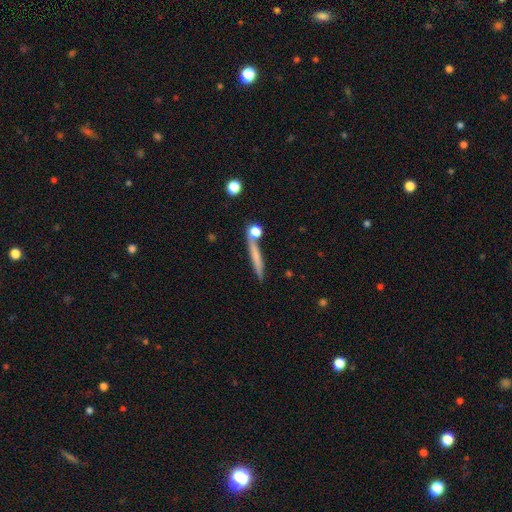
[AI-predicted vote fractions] smooth-or-featured: smooth: 62% | featured or disk: 30% | star or artifact: 8%
  how-rounded: cigar-shaped: 91% | in between: 5% | round: 4%
  merging: none: 76% | minor disturbance: 11% | merger: 10% | major disturbance: 3%